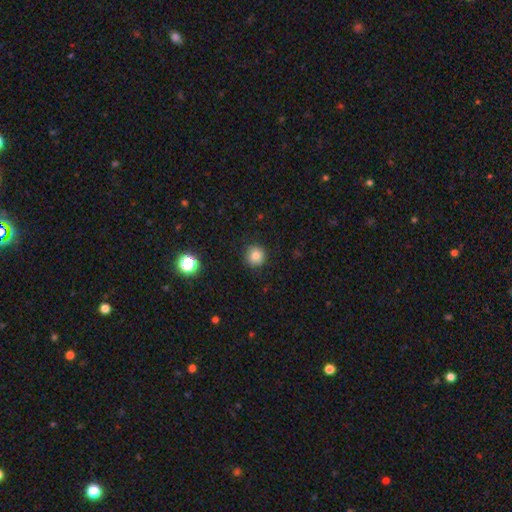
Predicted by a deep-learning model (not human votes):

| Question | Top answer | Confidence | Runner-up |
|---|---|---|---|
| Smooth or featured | smooth | 82% | star or artifact (12%) |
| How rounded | round | 93% | in between (6%) |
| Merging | none | 90% | minor disturbance (7%) |